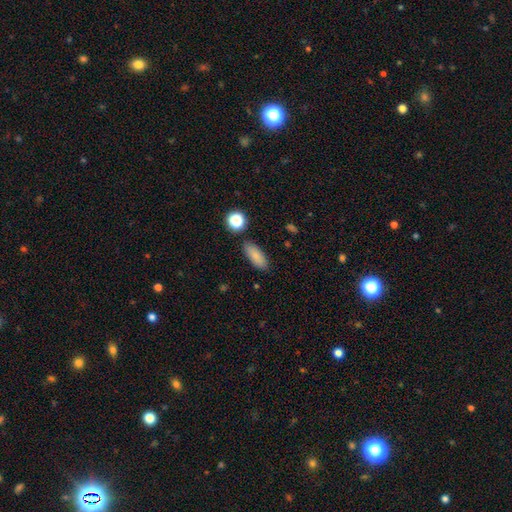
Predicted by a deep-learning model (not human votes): Morphology: type=smooth (83%); roundness=in between (75%); merging=none (85%).